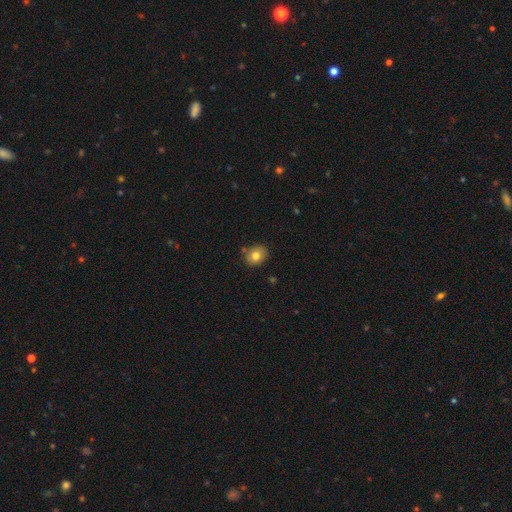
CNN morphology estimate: type=smooth (79%); roundness=round (67%); merging=none (79%).